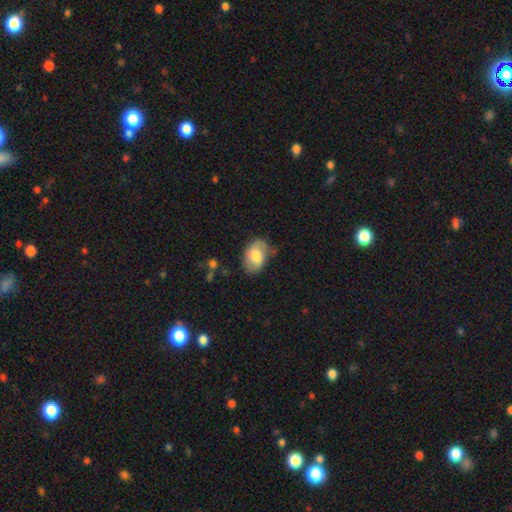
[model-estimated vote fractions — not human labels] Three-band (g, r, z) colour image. It shows a smooth galaxy with no disk features (68%) that is in between round and cigar-shaped (87%). Merging: none (63%).